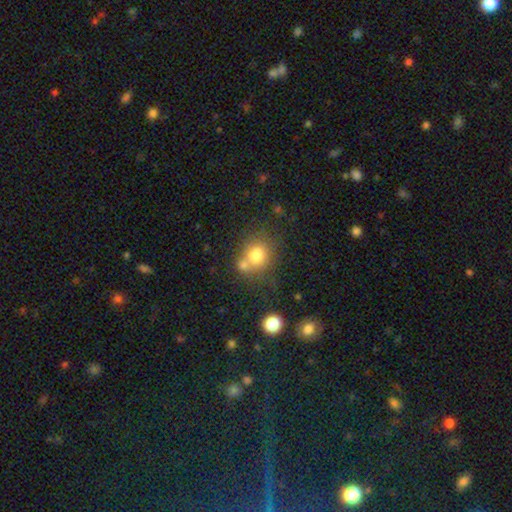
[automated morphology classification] Smooth or featured? Predicted: smooth (p=0.74). How rounded? Predicted: round (p=0.61). Merging? Predicted: none (p=0.46).